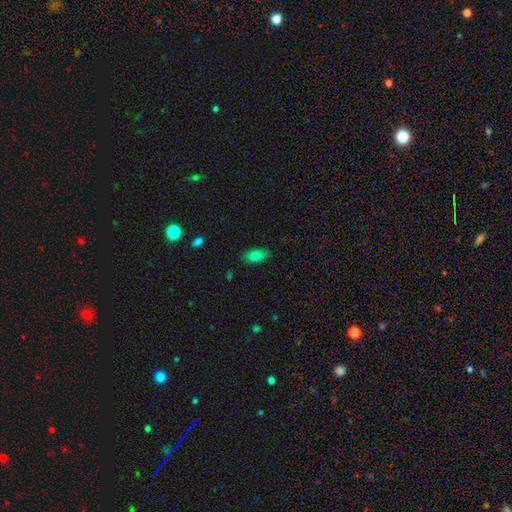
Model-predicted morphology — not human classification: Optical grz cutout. It shows a smooth galaxy with no disk features (78%) that is in between round and cigar-shaped (88%). Merging: none (82%).